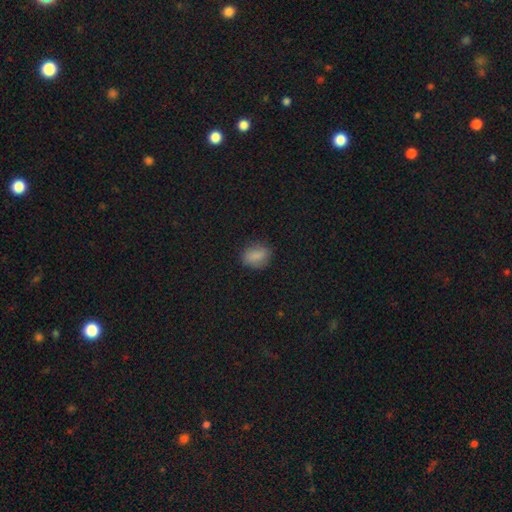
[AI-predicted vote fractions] Smooth or featured? smooth (84%)
How rounded? in between (68%)
Merging? none (80%)